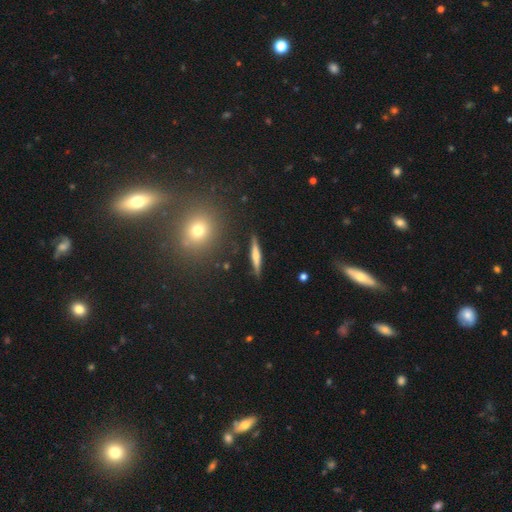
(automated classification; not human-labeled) Smooth or featured? Predicted: featured or disk (p=0.47). Merging? Predicted: none (p=0.88).